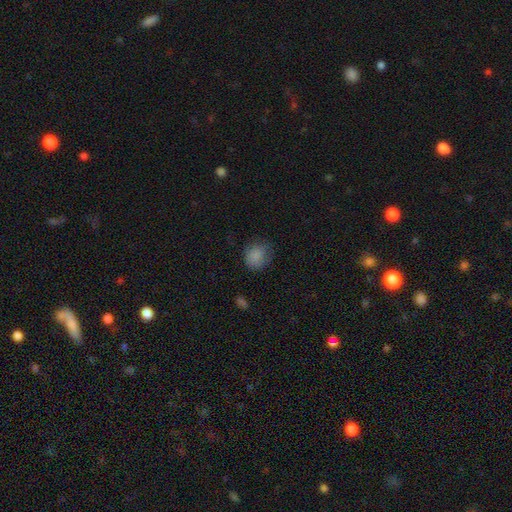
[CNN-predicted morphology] A smooth galaxy with no disk features (83%) that is round (69%). Merging: none (63%).